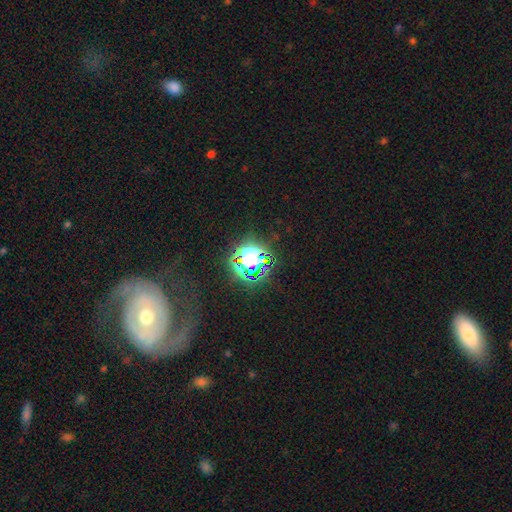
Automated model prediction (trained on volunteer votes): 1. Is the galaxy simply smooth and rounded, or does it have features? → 68% star or artifact, 21% smooth, 11% featured or disk.